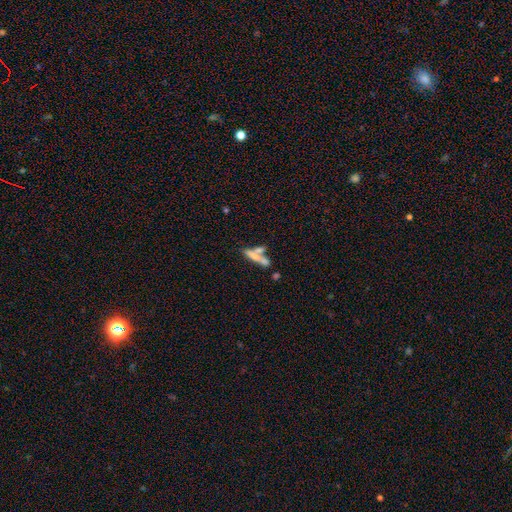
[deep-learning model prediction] Smooth or featured: smooth — 60% (featured or disk — 31%)
How rounded: cigar-shaped — 77% (in between — 20%)
Merging: merger — 43% (none — 40%)